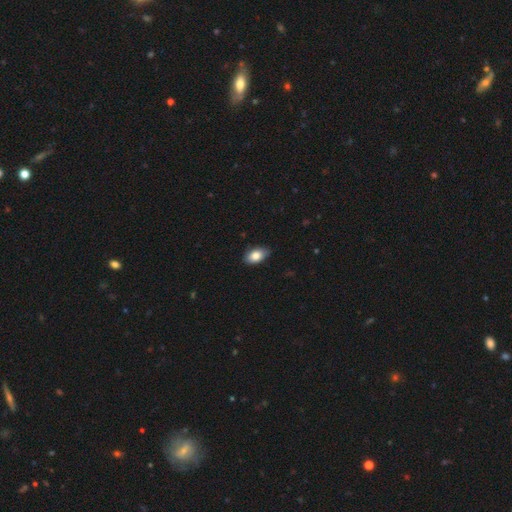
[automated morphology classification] The model was most divided on "merging": none: 84%, minor disturbance: 13%, major disturbance: 2%, merger: 1%. More confident: how rounded — in between (92%); smooth or featured — smooth (82%).